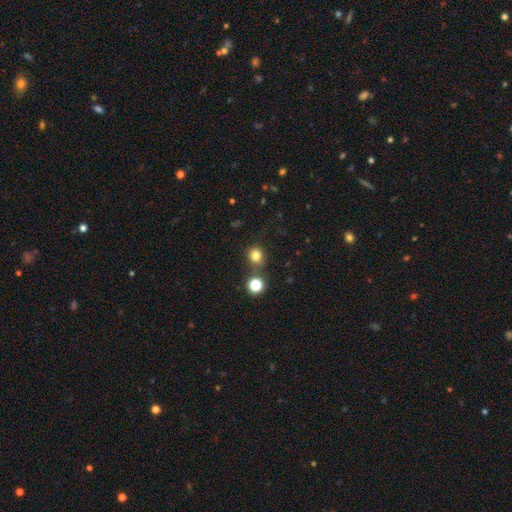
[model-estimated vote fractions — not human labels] Overall: smooth (79%). How rounded: round (82%). Merging: none (74%).